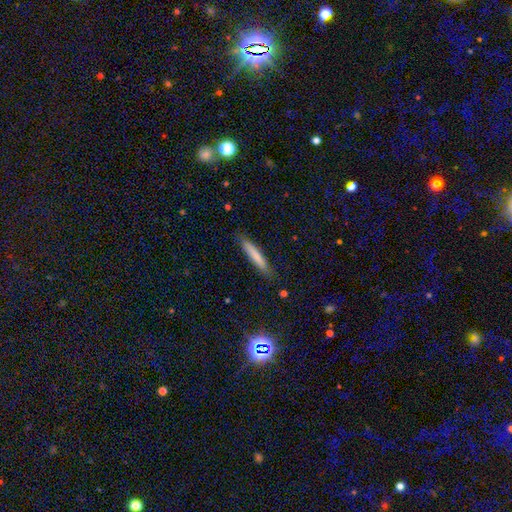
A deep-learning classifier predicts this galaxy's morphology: This is likely a smooth galaxy (76%). How rounded: clearly cigar-shaped (92%). Merging: clearly none (85%).